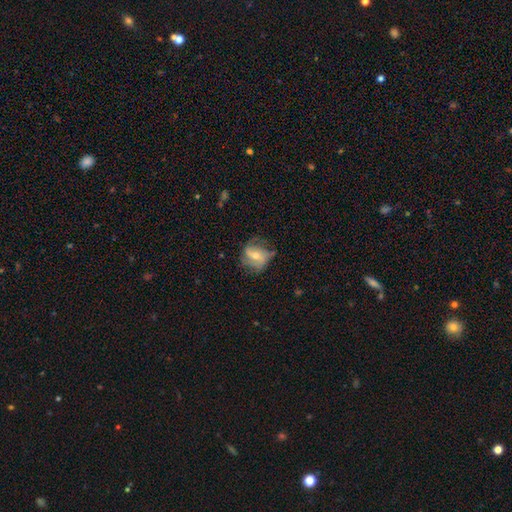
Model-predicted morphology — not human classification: The model was most divided on "bar": weak: 40%, no: 34%, strong: 26%. More confident: edge-on disk — no (96%); spiral arms — yes (77%); smooth or featured — featured or disk (60%); bulge size — moderate (58%); merging — none (58%).